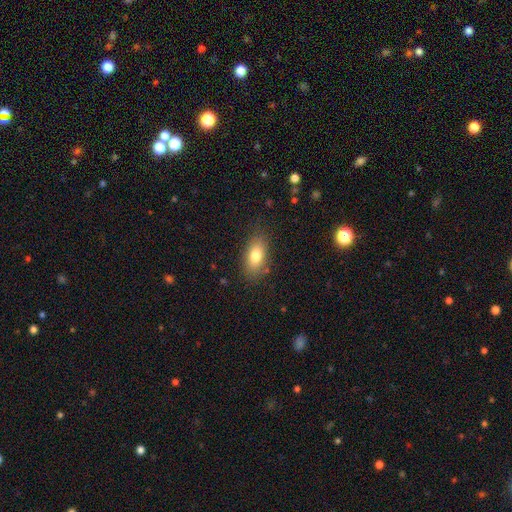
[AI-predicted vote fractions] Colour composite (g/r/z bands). It shows a smooth galaxy with no disk features (78%) that is in between round and cigar-shaped (88%). Merging: none (83%).